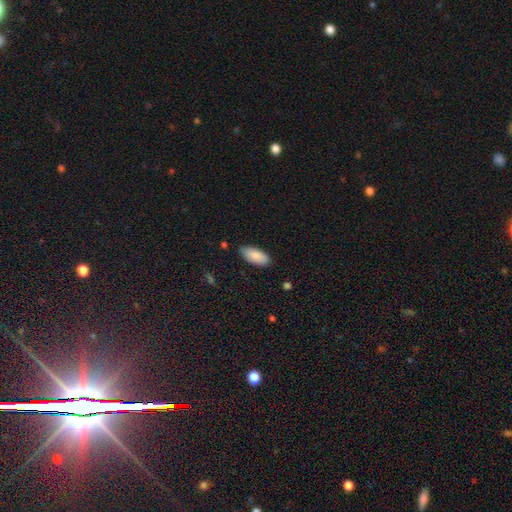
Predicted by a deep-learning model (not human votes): Morphology: type=smooth (88%); roundness=in between (88%); merging=none (83%).